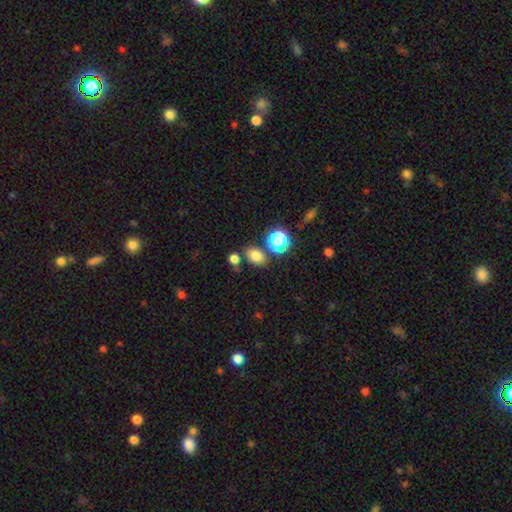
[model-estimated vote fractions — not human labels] smooth-or-featured: smooth: 77% | star or artifact: 16% | featured or disk: 7%
  how-rounded: in between: 65% | round: 34% | cigar-shaped: 1%
  merging: none: 73% | minor disturbance: 12% | merger: 11% | major disturbance: 4%